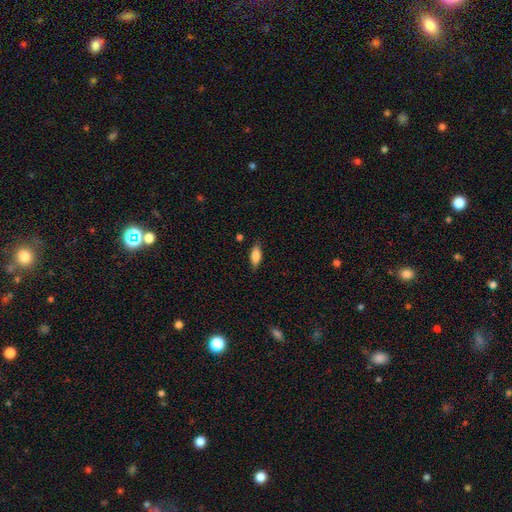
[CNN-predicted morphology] smooth_or_featured: smooth (p=0.82) [alt: featured or disk p=0.11]
how_rounded: in between (p=0.79) [alt: cigar-shaped p=0.18]
merging: none (p=0.81) [alt: minor disturbance p=0.15]